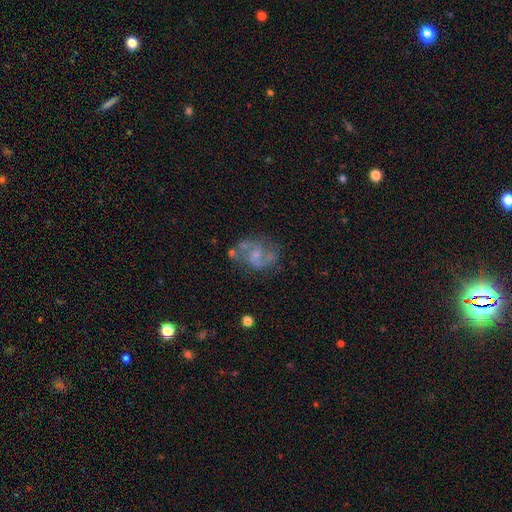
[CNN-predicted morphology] A featured or disk galaxy (76%) with no bar (53%), 2 (86%) medium (52%) spiral arms (87%) and a small central bulge (54%).

Vote fractions:
- Smooth or featured? featured or disk: 76% / smooth: 16% / star or artifact: 8%
- Edge-on disk? no: 98% / yes: 2%
- Bar? no: 53% / weak: 41% / strong: 7%
- Spiral arms? yes: 87% / no: 13%
- Spiral winding? medium: 52% / loose: 34% / tight: 13%
- Spiral arm count? 2: 86% / can't tell: 7% / 3: 3% / 1: 2% / 4: 1% / more than 4: 1%
- Bulge size? small: 54% / moderate: 25% / none: 18% / large: 2% / dominant: 1%
- Merging? none: 55% / minor disturbance: 23% / major disturbance: 14% / merger: 8%